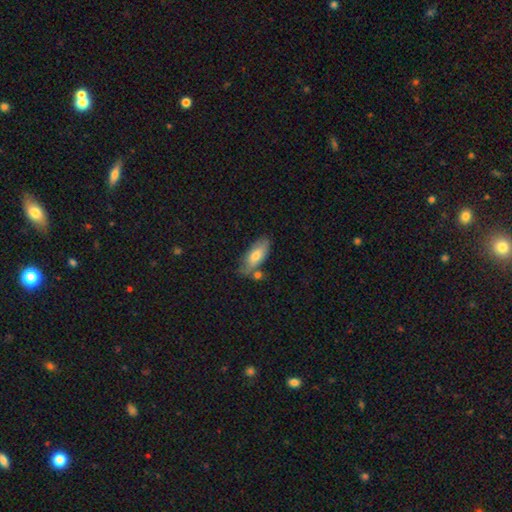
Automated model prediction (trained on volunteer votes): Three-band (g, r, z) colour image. It shows a smooth galaxy with no disk features (74%) that is in between round and cigar-shaped (82%). Merging: none (63%).